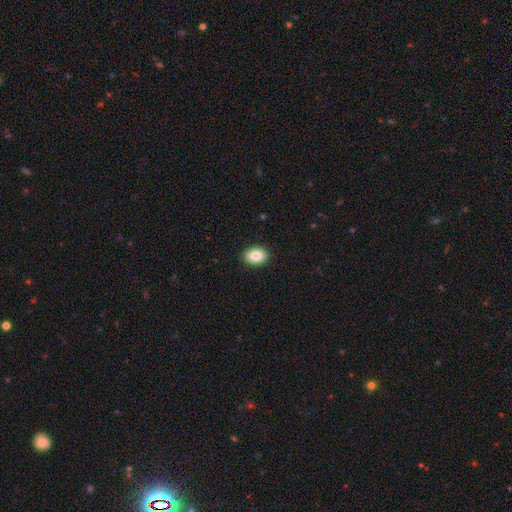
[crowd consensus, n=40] smooth-or-featured: smooth: 92% | featured or disk: 5% | star or artifact: 2%
  how-rounded: in between: 68% | round: 30% | cigar-shaped: 3%
  merging: none: 92% | minor disturbance: 5% | major disturbance: 3% | merger: 0%